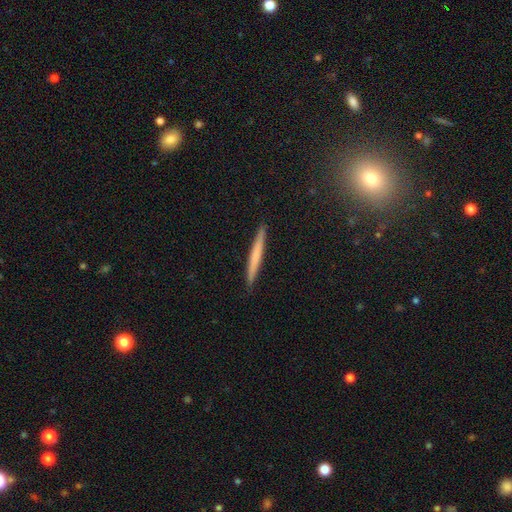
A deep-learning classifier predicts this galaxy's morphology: smooth 60%, featured or disk 34%, star or artifact 6%. Down the decision tree: how rounded — cigar-shaped (97%); merging — none (92%).